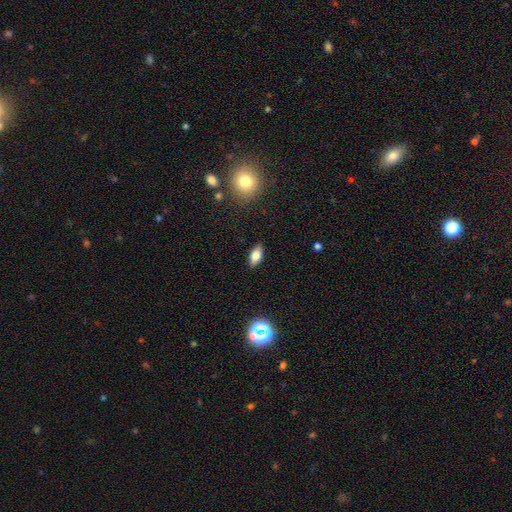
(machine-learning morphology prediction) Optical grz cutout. It shows a smooth galaxy with no disk features (79%) that is in between round and cigar-shaped (89%). Merging: none (88%).